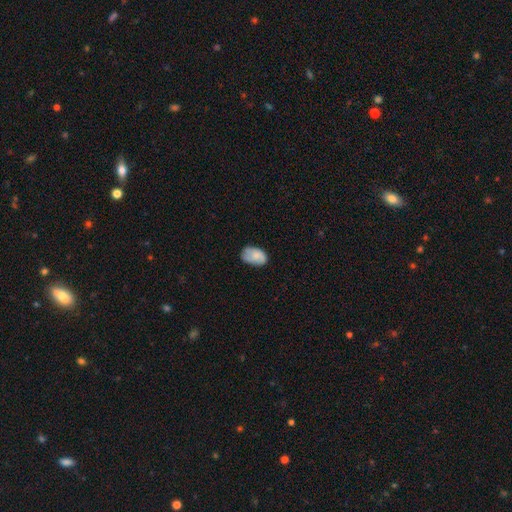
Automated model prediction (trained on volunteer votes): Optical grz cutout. It shows a smooth galaxy with no disk features (75%) that is in between round and cigar-shaped (90%). Merging: none (62%).